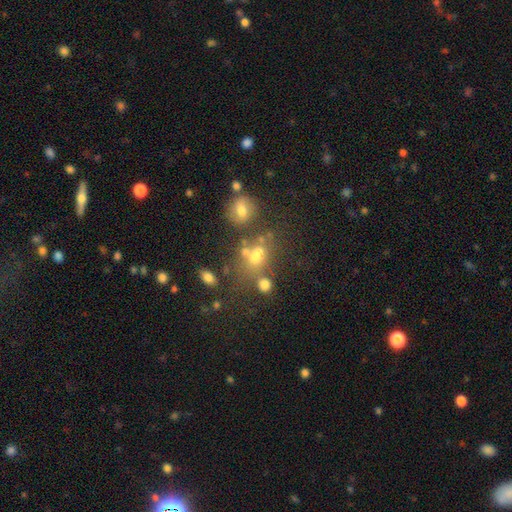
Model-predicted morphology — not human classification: The model was most divided on "how rounded": round: 51%, in between: 46%, cigar-shaped: 3%. Remaining: smooth or featured — smooth (57%); merging — none (42%).